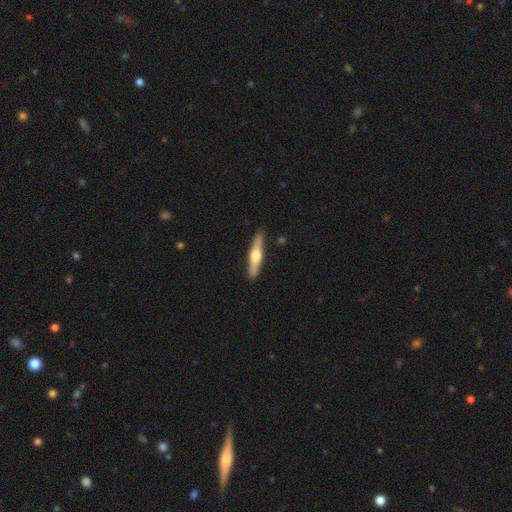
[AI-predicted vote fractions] smooth-or-featured: featured or disk: 57% | smooth: 38% | star or artifact: 5%
  disk-edge-on: yes: 95% | no: 5%
    edge-on-bulge: rounded: 92% | boxy: 5% | none: 3%
  merging: none: 89% | minor disturbance: 8% | major disturbance: 2% | merger: 1%